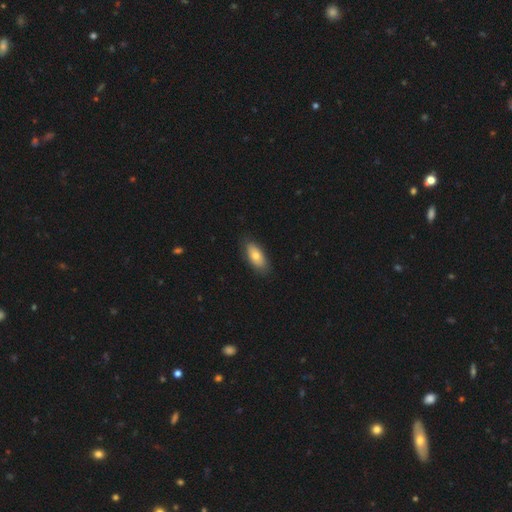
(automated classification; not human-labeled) The model was most divided on "smooth or featured": smooth: 75%, featured or disk: 19%, star or artifact: 6%. More confident: how rounded — in between (87%); merging — none (84%).